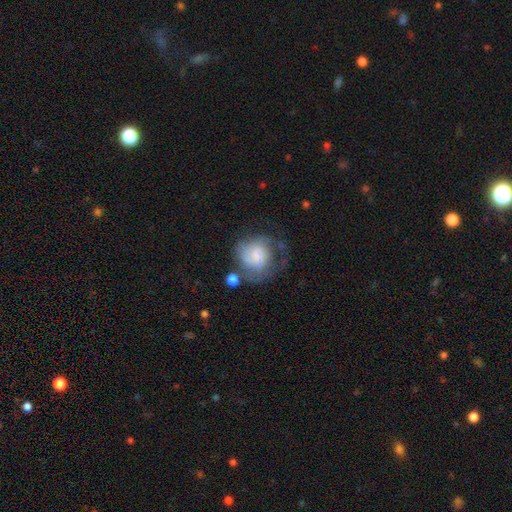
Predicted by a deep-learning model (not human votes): A featured or disk galaxy (47%).

Vote fractions:
- Smooth or featured? featured or disk: 47% / smooth: 44% / star or artifact: 8%
- Merging? none: 41% / major disturbance: 28% / minor disturbance: 24% / merger: 7%